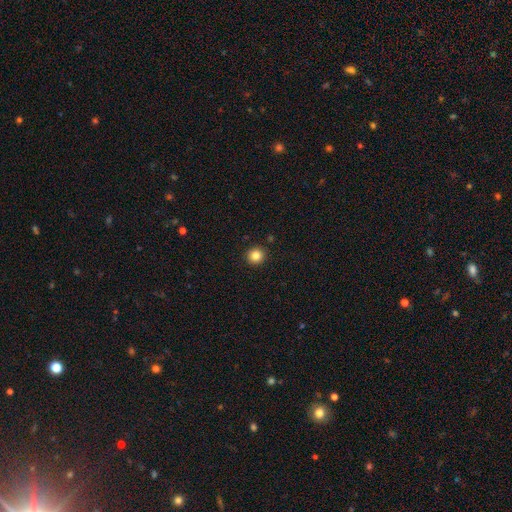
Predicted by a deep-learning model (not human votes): Q: Smooth or featured?
A: smooth (84%); runner-up: star or artifact (11%)
Q: How rounded?
A: round (94%); runner-up: in between (5%)
Q: Merging?
A: none (93%); runner-up: minor disturbance (5%)